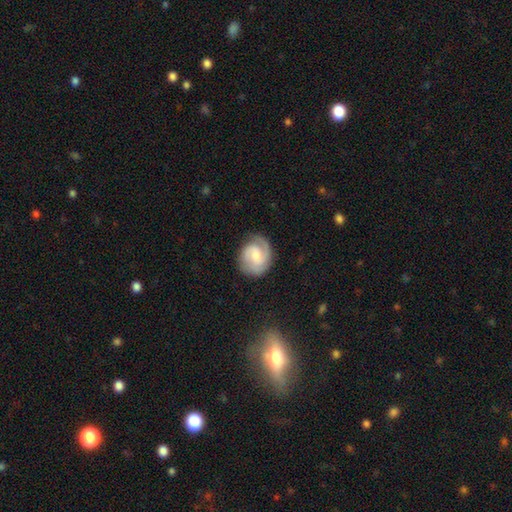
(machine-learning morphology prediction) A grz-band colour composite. It shows a featured or disk galaxy (74%) with a weak bar (48%), 2 (59%) tight (46%) spiral arms (95%) and a small central bulge (45%). Merging: none (75%).